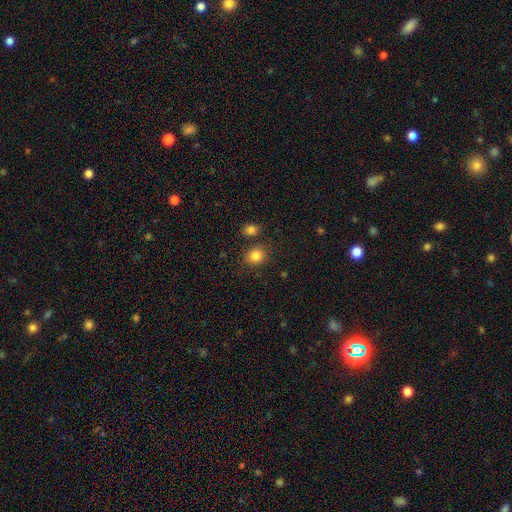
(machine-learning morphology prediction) Smooth or featured? smooth (84%)
How rounded? round (70%)
Merging? none (79%)